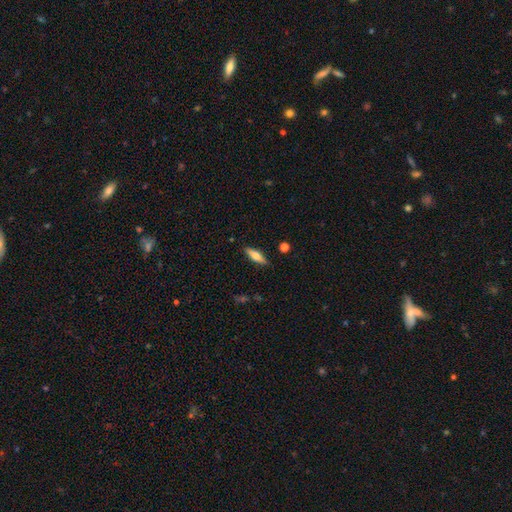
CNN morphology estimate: The model was most divided on "smooth or featured": smooth: 54%, featured or disk: 39%, star or artifact: 7%. More confident: merging — none (87%); how rounded — cigar-shaped (57%).